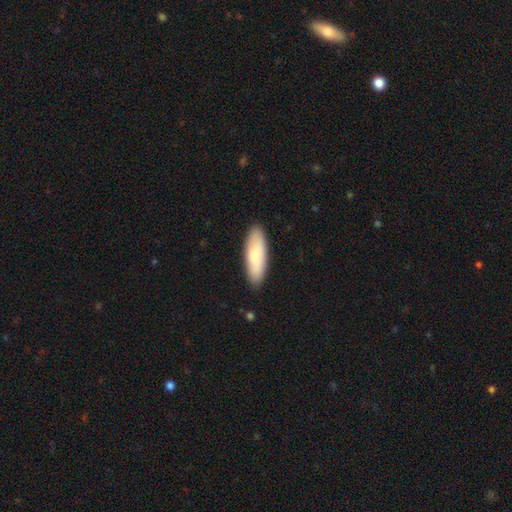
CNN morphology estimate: This is clearly a smooth galaxy (80%). How rounded: possibly in between (56%). Merging: clearly none (88%).